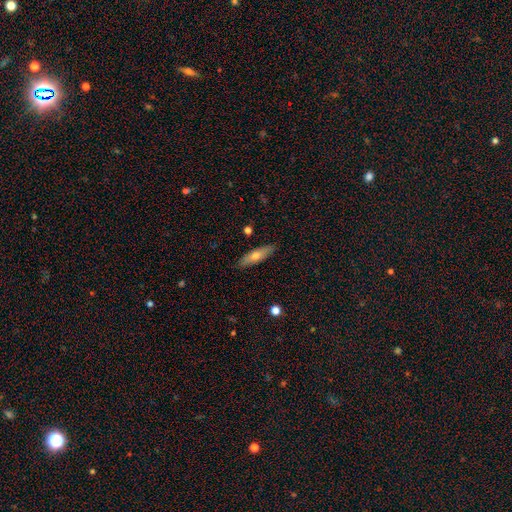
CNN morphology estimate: Q: Smooth or featured?
A: smooth (59%); runner-up: featured or disk (35%)
Q: How rounded?
A: cigar-shaped (60%); runner-up: in between (38%)
Q: Merging?
A: none (88%); runner-up: minor disturbance (9%)